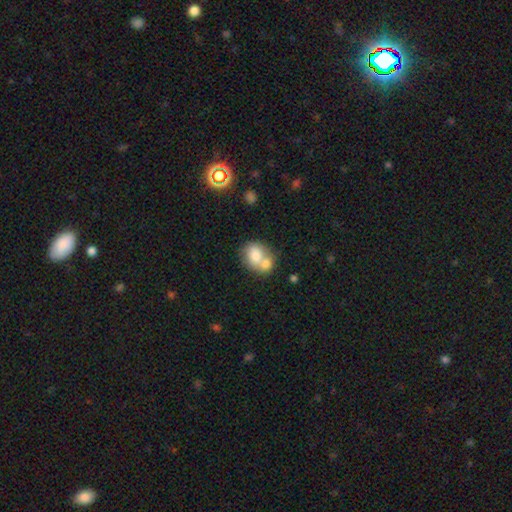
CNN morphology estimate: Smooth or featured?
  - smooth: 74% *
  - featured or disk: 18%
  - star or artifact: 8%
How rounded?
  - round: 55% *
  - in between: 44%
  - cigar-shaped: 1%
Merging?
  - merger: 58% *
  - none: 30%
  - minor disturbance: 9%
  - major disturbance: 4%